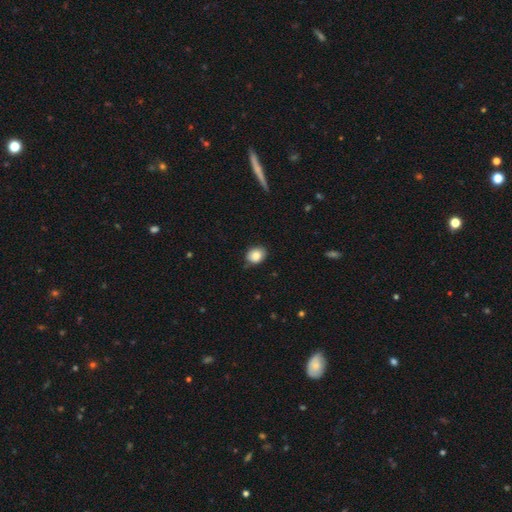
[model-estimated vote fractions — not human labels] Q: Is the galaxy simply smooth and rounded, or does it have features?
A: smooth — 85%.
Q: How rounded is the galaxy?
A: round — 51%.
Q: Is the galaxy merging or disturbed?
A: none — 77%.